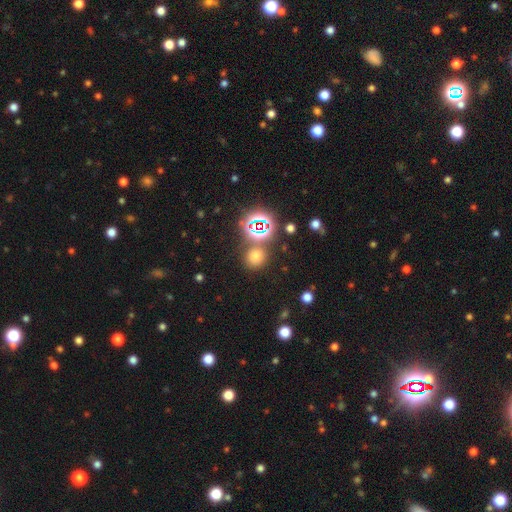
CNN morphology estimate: smooth-or-featured: smooth: 61% | star or artifact: 32% | featured or disk: 7%
  how-rounded: round: 83% | in between: 16% | cigar-shaped: 1%
  merging: none: 77% | merger: 10% | minor disturbance: 9% | major disturbance: 4%